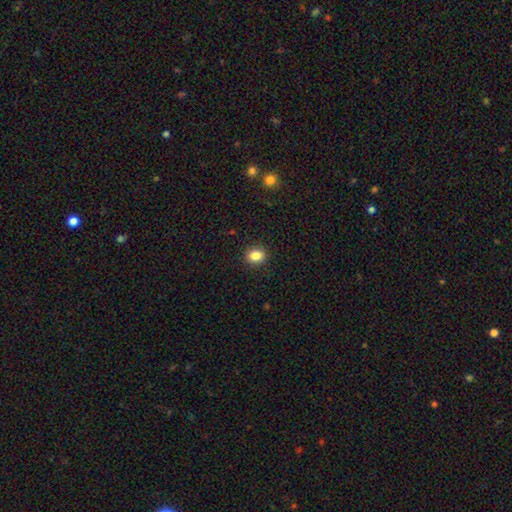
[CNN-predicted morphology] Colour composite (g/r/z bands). It shows a smooth galaxy with no disk features (85%) that is round (64%). Merging: none (91%).